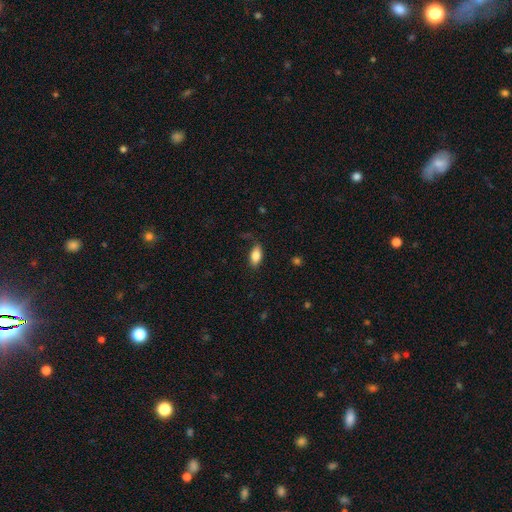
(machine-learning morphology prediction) A smooth galaxy with no disk features (82%) that is in between round and cigar-shaped (88%). Merging: none (81%).